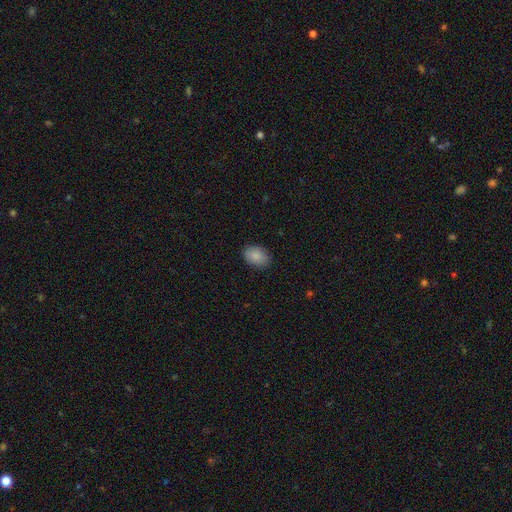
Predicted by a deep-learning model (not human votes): Q: Smooth or featured?
A: smooth (87%); runner-up: star or artifact (7%)
Q: How rounded?
A: in between (81%); runner-up: round (18%)
Q: Merging?
A: none (86%); runner-up: minor disturbance (11%)